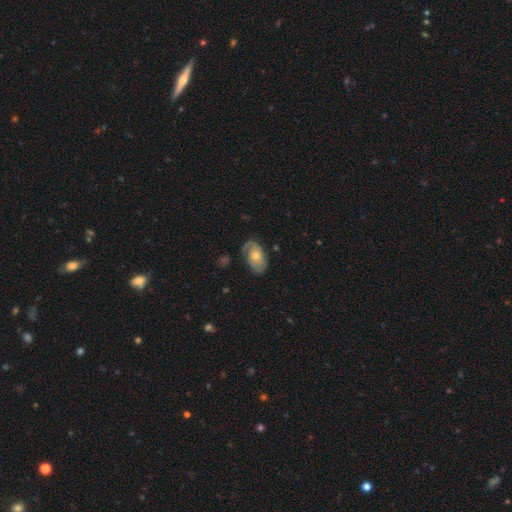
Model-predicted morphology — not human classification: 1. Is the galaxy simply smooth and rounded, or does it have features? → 59% featured or disk, 33% smooth, 7% star or artifact.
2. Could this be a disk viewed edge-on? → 93% no, 7% yes.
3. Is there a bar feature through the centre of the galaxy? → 81% no, 16% weak, 3% strong.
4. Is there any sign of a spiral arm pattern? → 77% yes, 23% no.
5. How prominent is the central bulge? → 59% moderate, 35% small, 3% large, 1% none, 1% dominant.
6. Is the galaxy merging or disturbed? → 65% none, 23% minor disturbance, 10% major disturbance, 2% merger.